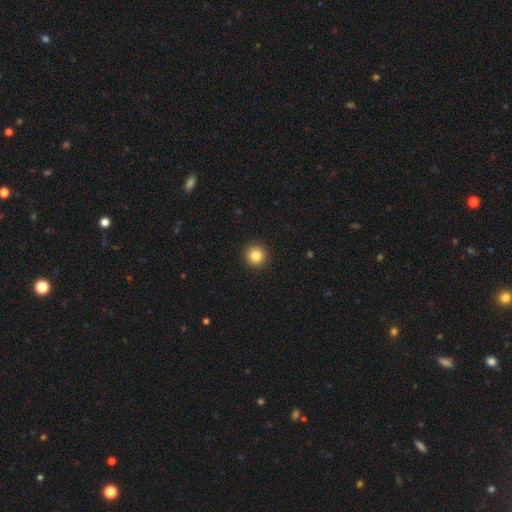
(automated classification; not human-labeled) Overall: smooth (84%). How rounded: round (95%). Merging: none (93%).